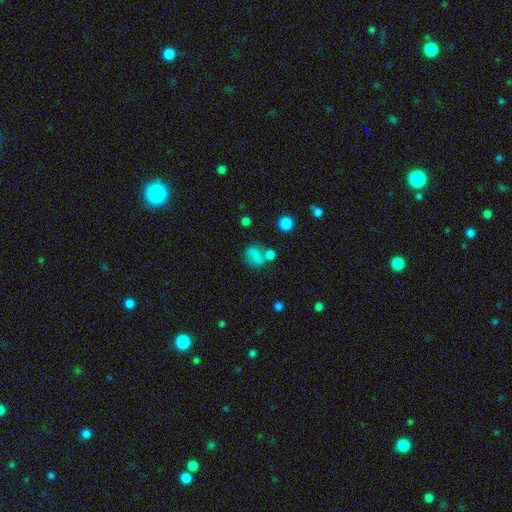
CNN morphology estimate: smooth 70%, star or artifact 16%, featured or disk 14%. Down the decision tree: how rounded — in between (58%); merging — none (45%).